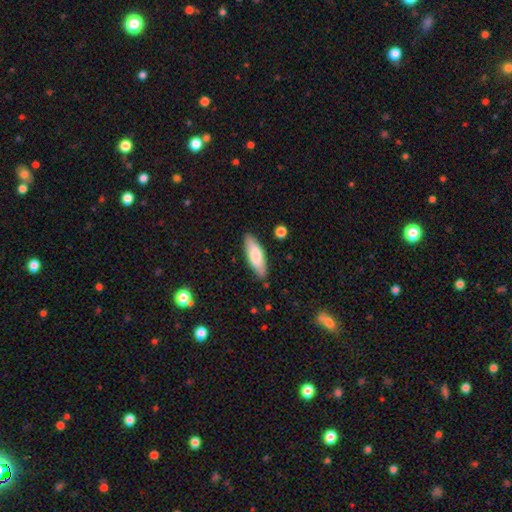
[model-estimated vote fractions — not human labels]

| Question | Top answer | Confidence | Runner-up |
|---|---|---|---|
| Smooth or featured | smooth | 78% | featured or disk (17%) |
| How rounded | in between | 57% | cigar-shaped (42%) |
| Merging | none | 85% | minor disturbance (11%) |